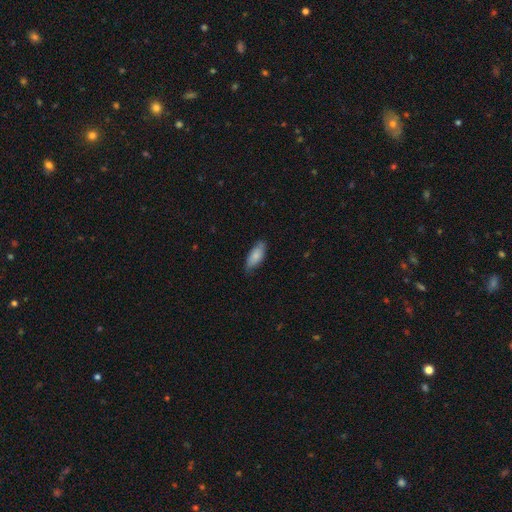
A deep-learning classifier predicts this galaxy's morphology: This appears to be a smooth galaxy with no disk features (79%) that is in between round and cigar-shaped (82%). Merging: none (73%).